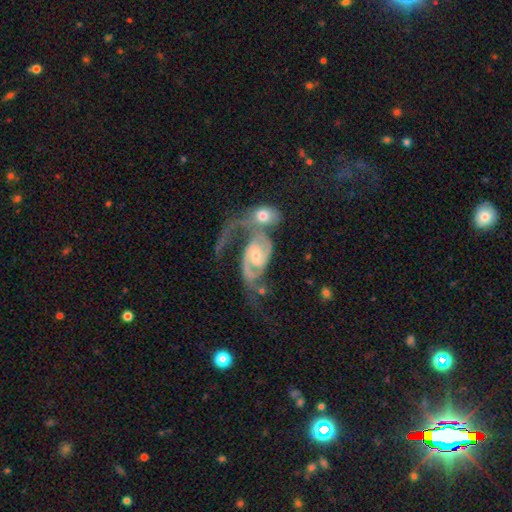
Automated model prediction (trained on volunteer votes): The model was most divided on "bulge size": small: 51%, moderate: 43%, large: 3%, none: 2%, dominant: 1%. Remaining: edge-on disk — no (97%); spiral arms — yes (97%); smooth or featured — featured or disk (90%); spiral arm count — 2 (85%); bar — no (56%); merging — merger (50%); spiral winding — medium (45%).